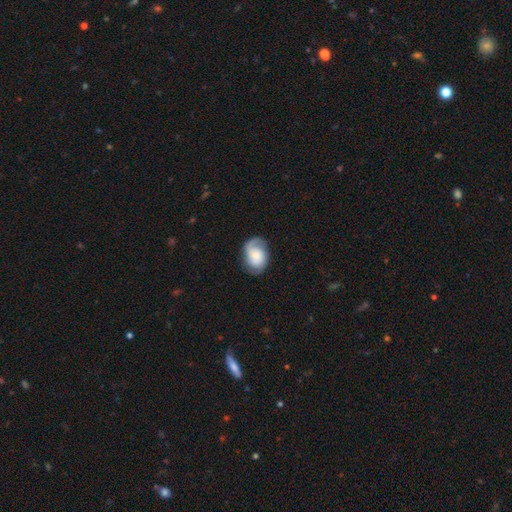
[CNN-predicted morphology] Smooth or featured? featured or disk (61%)
Edge-on disk? no (97%)
Bar? no (71%)
Spiral arms? yes (91%)
Spiral winding? medium (40%)
Spiral arm count? 2 (61%)
Bulge size? small (42%)
Merging? none (69%)